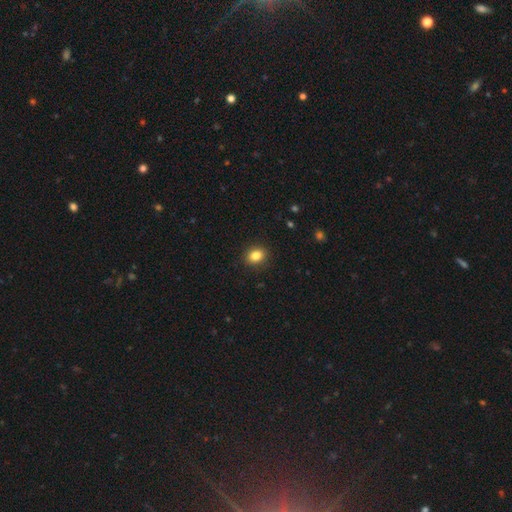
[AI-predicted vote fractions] smooth_or_featured: smooth (p=0.84) [alt: star or artifact p=0.10]
how_rounded: in between (p=0.53) [alt: round p=0.46]
merging: none (p=0.90) [alt: minor disturbance p=0.07]